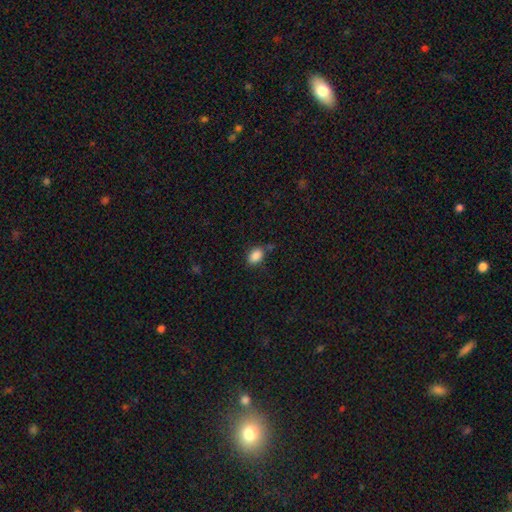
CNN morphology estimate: smooth-or-featured: smooth: 87% | star or artifact: 9% | featured or disk: 4%
  how-rounded: in between: 83% | round: 15% | cigar-shaped: 1%
  merging: none: 74% | minor disturbance: 17% | merger: 5% | major disturbance: 4%